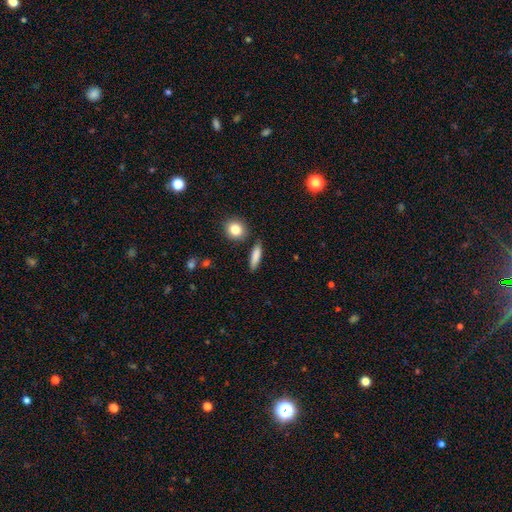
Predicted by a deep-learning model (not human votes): Smooth or featured? Predicted: smooth (p=0.84). How rounded? Predicted: cigar-shaped (p=0.63). Merging? Predicted: none (p=0.83).